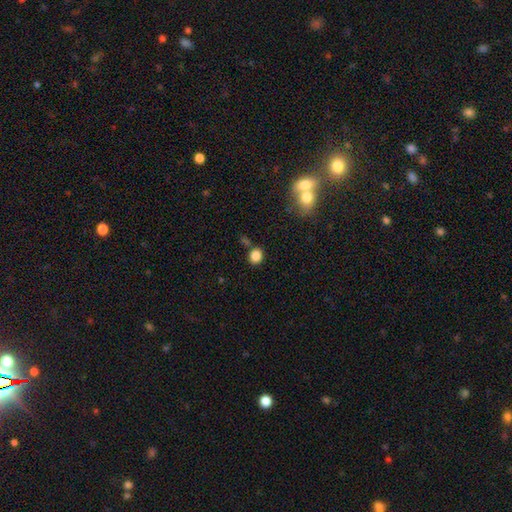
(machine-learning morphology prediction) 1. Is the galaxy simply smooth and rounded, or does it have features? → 85% smooth, 11% star or artifact, 4% featured or disk.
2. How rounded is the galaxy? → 67% round, 32% in between, 1% cigar-shaped.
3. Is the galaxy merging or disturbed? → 75% none, 11% minor disturbance, 10% merger, 4% major disturbance.